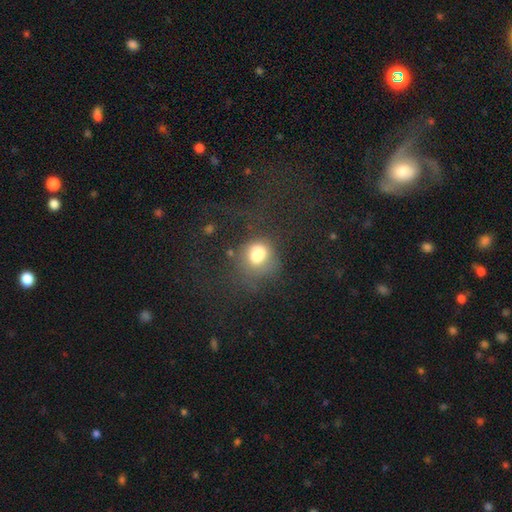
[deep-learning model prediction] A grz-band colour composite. It shows a smooth galaxy with no disk features (70%) that is round (56%). Merging: none (36%).